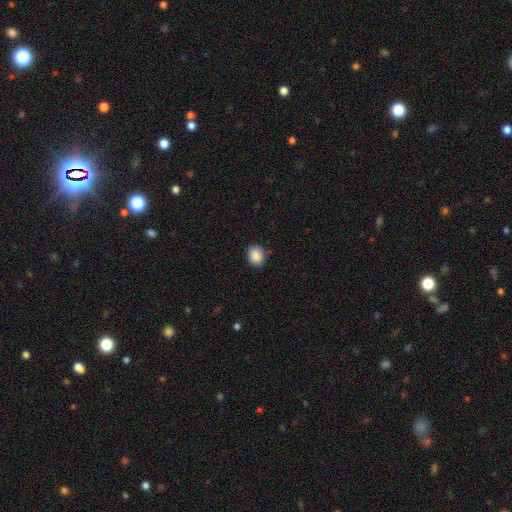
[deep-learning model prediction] Overall: smooth (89%). How rounded: in between (50%; round 49%). Merging: none (84%).